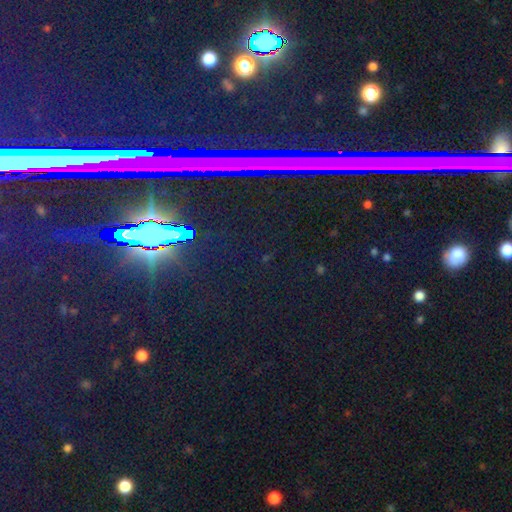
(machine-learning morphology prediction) The model was most divided on "smooth or featured": star or artifact: 84%, smooth: 8%, featured or disk: 8%.